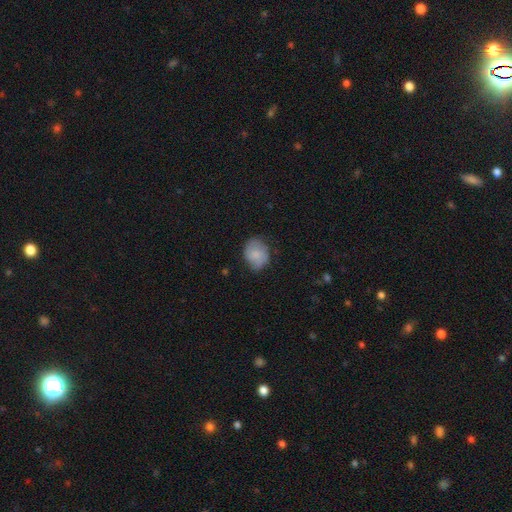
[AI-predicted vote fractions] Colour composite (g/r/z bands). It shows a smooth galaxy with no disk features (72%) that is round (52%). Merging: none (64%).